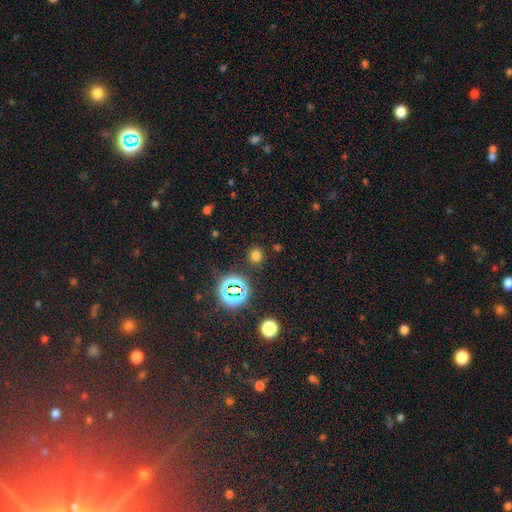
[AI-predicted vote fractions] smooth-or-featured: smooth: 67% | star or artifact: 27% | featured or disk: 5%
  how-rounded: round: 84% | in between: 15% | cigar-shaped: 1%
  merging: none: 86% | minor disturbance: 8% | major disturbance: 3% | merger: 3%